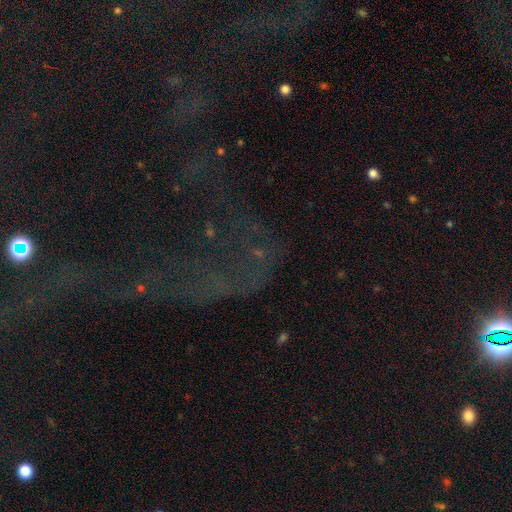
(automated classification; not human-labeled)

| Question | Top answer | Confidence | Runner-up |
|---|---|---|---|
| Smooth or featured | star or artifact | 60% | featured or disk (23%) |